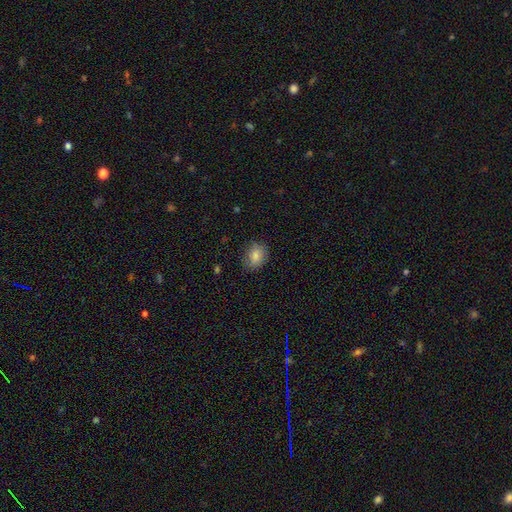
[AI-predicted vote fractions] This appears to be a smooth galaxy with no disk features (83%) that is in between round and cigar-shaped (55%). Merging: none (79%).